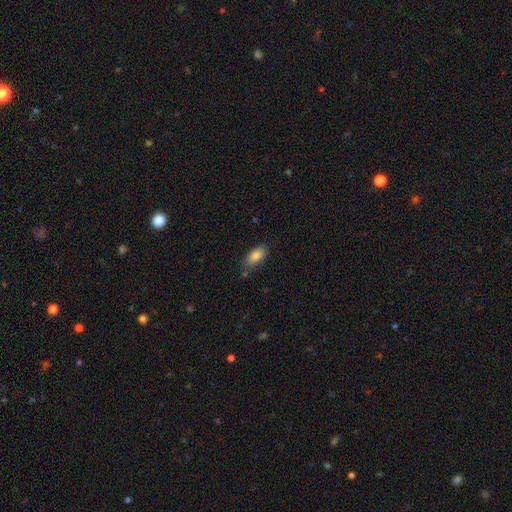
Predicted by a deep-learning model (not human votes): Q: Smooth or featured?
A: smooth (85%); runner-up: star or artifact (8%)
Q: How rounded?
A: in between (90%); runner-up: cigar-shaped (7%)
Q: Merging?
A: none (74%); runner-up: minor disturbance (18%)